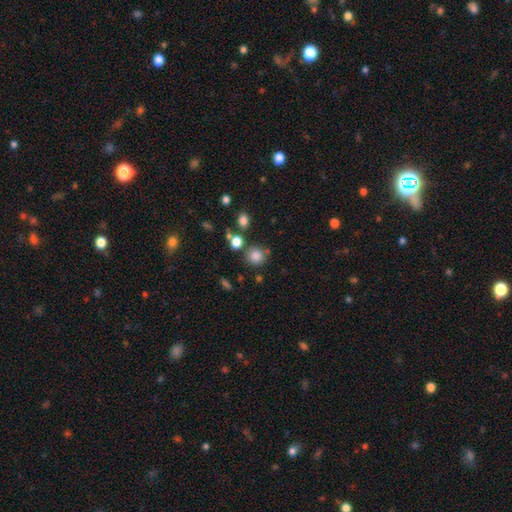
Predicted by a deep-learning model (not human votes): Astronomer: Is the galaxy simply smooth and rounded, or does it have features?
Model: smooth — 82%.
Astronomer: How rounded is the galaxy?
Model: round — 89%.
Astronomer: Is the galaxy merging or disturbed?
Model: none — 75%.